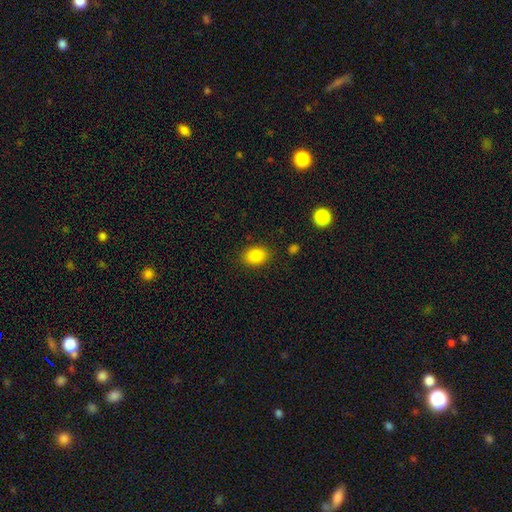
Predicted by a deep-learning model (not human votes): Smooth or featured? smooth (86%)
How rounded? in between (67%)
Merging? none (86%)